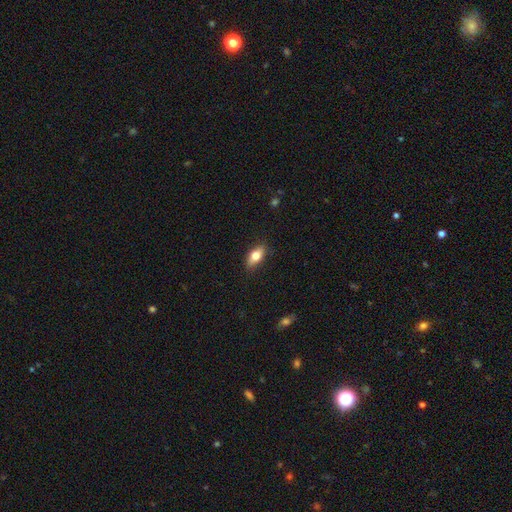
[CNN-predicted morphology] type=smooth (67%); roundness=in between (80%); merging=none (84%).